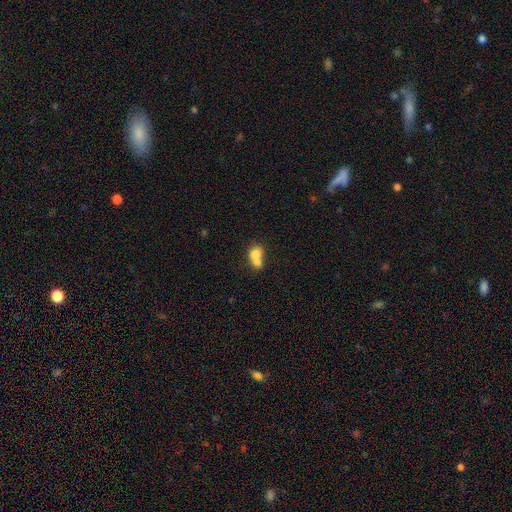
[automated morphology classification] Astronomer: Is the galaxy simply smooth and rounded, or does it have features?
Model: smooth — 72%.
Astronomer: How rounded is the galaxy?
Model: round — 50% (runner-up: in between, 48%).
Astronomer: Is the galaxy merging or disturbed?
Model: merger — 70%.